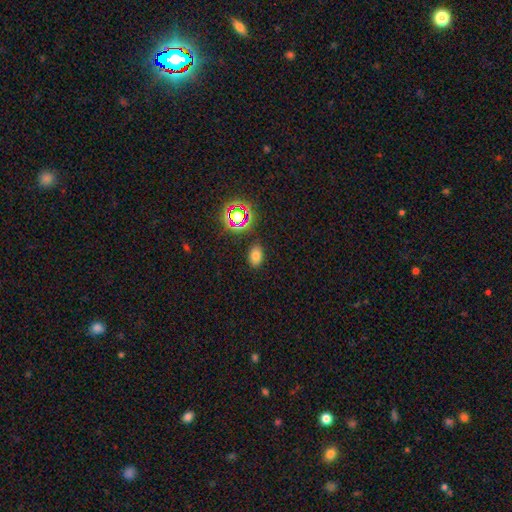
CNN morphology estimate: smooth-or-featured: smooth: 73% | star or artifact: 19% | featured or disk: 8%
  how-rounded: in between: 85% | round: 13% | cigar-shaped: 2%
  merging: none: 85% | minor disturbance: 10% | major disturbance: 3% | merger: 2%